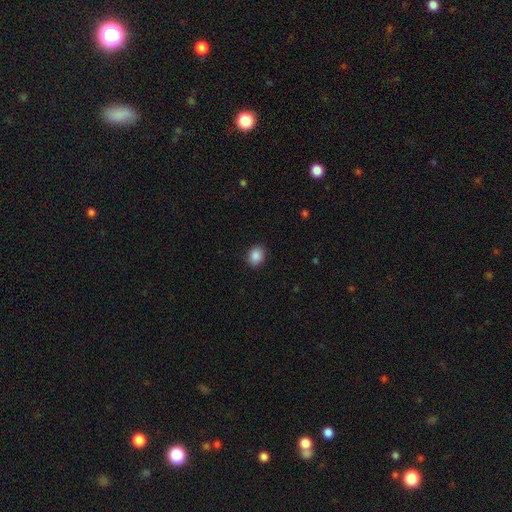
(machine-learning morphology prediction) smooth 88%, star or artifact 9%, featured or disk 3%. Down the decision tree: how rounded — round (51%); merging — none (89%).